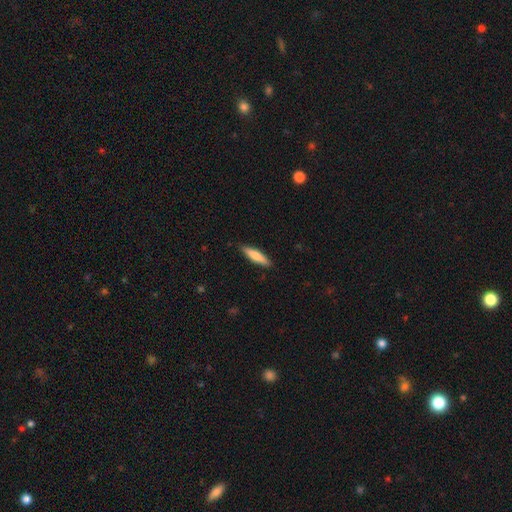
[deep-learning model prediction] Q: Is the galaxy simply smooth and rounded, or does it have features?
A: smooth — 70%.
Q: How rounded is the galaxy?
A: cigar-shaped — 79%.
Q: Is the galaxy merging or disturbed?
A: none — 89%.